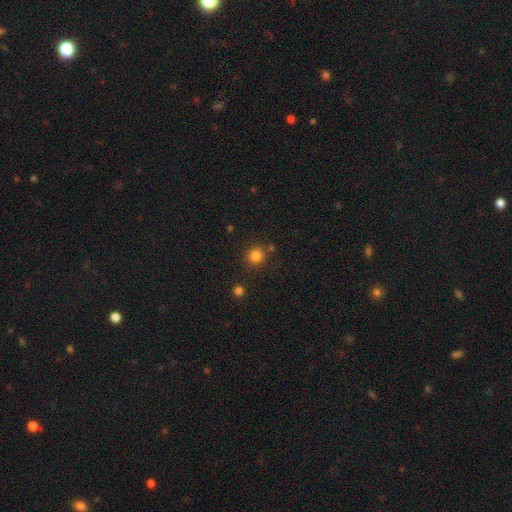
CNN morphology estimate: Smooth or featured: smooth — 82% (star or artifact — 13%)
How rounded: round — 93% (in between — 6%)
Merging: none — 82% (minor disturbance — 8%)